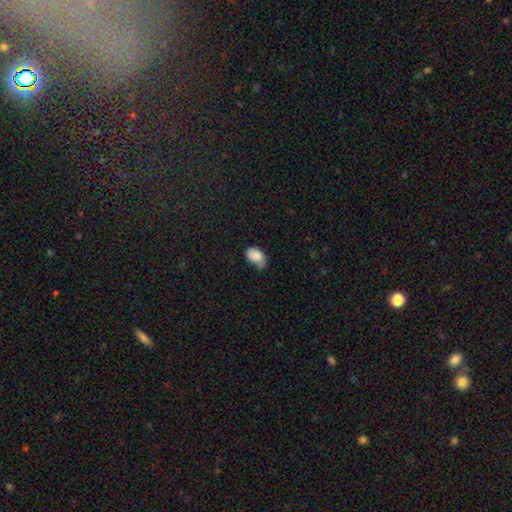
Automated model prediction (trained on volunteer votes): Smooth or featured? smooth (81%)
How rounded? in between (86%)
Merging? minor disturbance (43%)